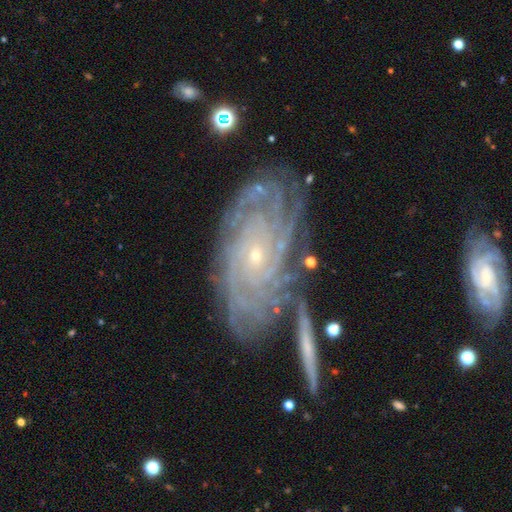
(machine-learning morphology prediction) The model was most divided on "spiral arm count": can't tell: 28%, more than 4: 27%, 4: 20%, 3: 10%, 2: 8%, 1: 6%. More confident: spiral arms — yes (97%); edge-on disk — no (95%); smooth or featured — featured or disk (88%); spiral winding — tight (83%); bulge size — small (81%); bar — no (78%); merging — none (74%).